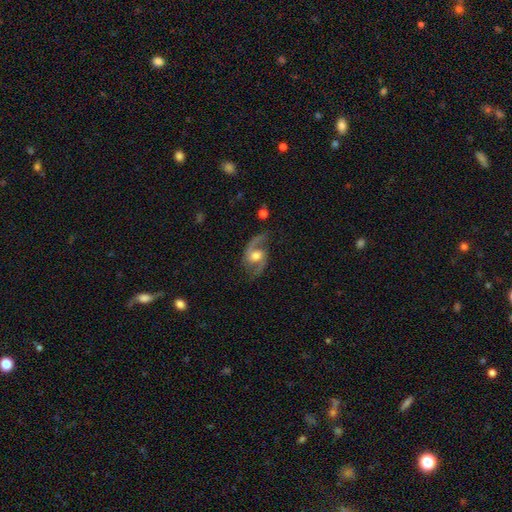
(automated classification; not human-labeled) smooth-or-featured: featured or disk: 87% | smooth: 7% | star or artifact: 5%
  disk-edge-on: no: 97% | yes: 3%
    bar: no: 50% | weak: 40% | strong: 10%
    has-spiral-arms: yes: 96% | no: 4%
      spiral-winding: loose: 51% | medium: 41% | tight: 8%
      spiral-arm-count: 2: 92% | 1: 3% | can't tell: 2% | 3: 1% | 4: 1% | more than 4: 1%
    bulge-size: moderate: 70% | small: 13% | large: 13% | none: 2% | dominant: 1%
  merging: none: 74% | minor disturbance: 15% | major disturbance: 9% | merger: 2%